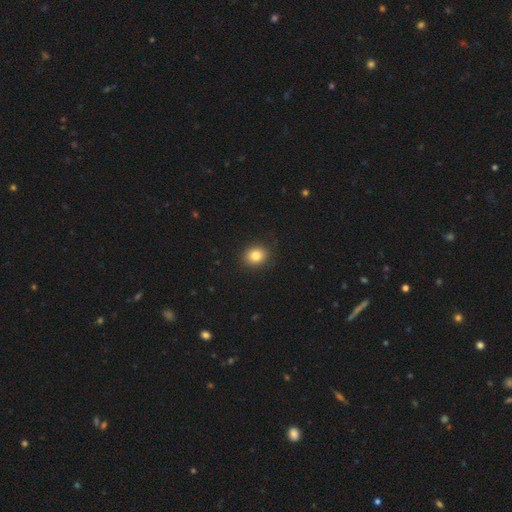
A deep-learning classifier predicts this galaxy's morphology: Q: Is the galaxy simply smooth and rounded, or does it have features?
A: smooth — 83%.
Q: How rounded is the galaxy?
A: round — 65%.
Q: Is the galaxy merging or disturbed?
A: none — 90%.